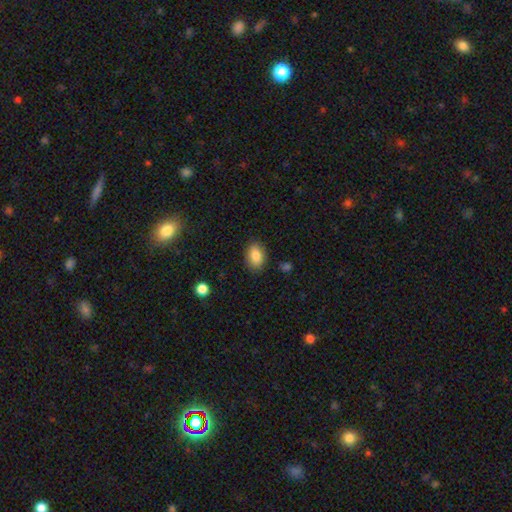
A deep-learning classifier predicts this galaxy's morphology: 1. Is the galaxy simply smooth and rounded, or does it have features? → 86% smooth, 8% star or artifact, 7% featured or disk.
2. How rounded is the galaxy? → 86% in between, 13% round, 1% cigar-shaped.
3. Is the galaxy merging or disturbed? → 85% none, 11% minor disturbance, 3% major disturbance, 1% merger.